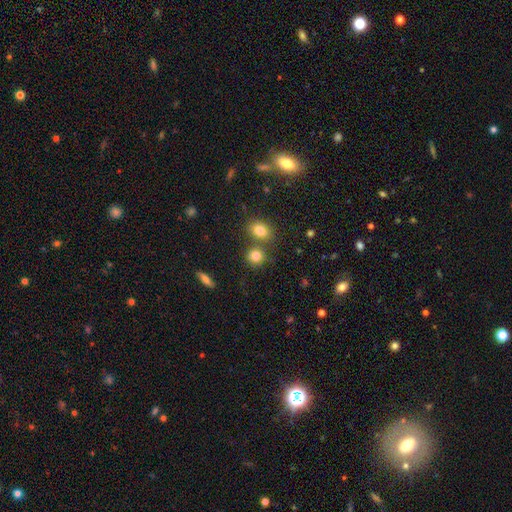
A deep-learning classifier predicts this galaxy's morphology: The model was most divided on "merging": none: 67%, merger: 22%, minor disturbance: 9%, major disturbance: 3%. More confident: smooth or featured — smooth (82%); how rounded — round (78%).